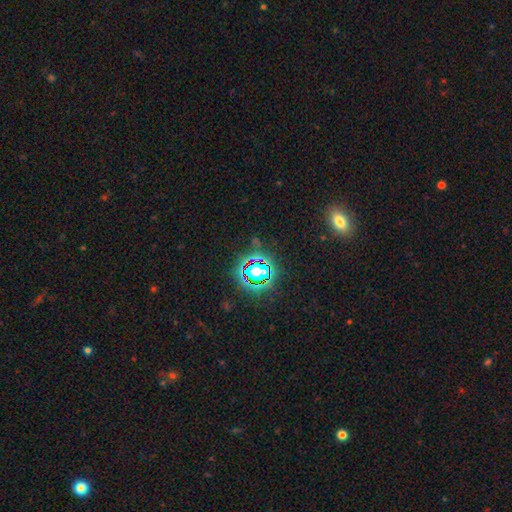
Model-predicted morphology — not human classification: This is likely a star or artifact rather than a galaxy (74%).